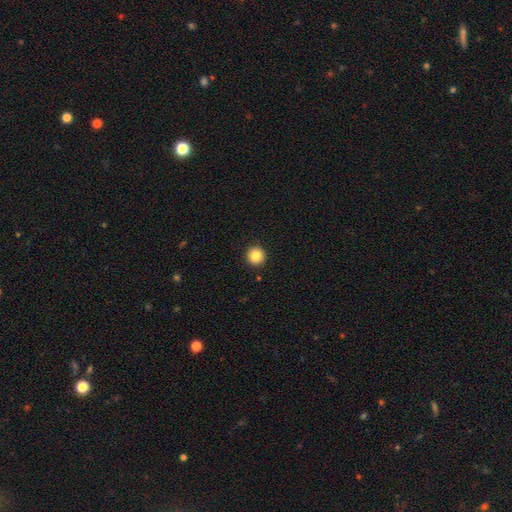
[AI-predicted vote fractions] smooth-or-featured: smooth: 86% | star or artifact: 10% | featured or disk: 5%
  how-rounded: round: 94% | in between: 5% | cigar-shaped: 1%
  merging: none: 93% | minor disturbance: 5% | major disturbance: 2% | merger: 1%